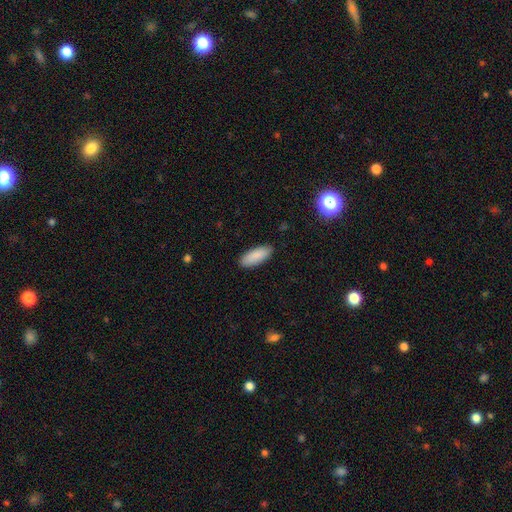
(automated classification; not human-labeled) Q: Smooth or featured?
A: smooth (89%); runner-up: star or artifact (6%)
Q: How rounded?
A: in between (78%); runner-up: cigar-shaped (20%)
Q: Merging?
A: none (88%); runner-up: minor disturbance (9%)